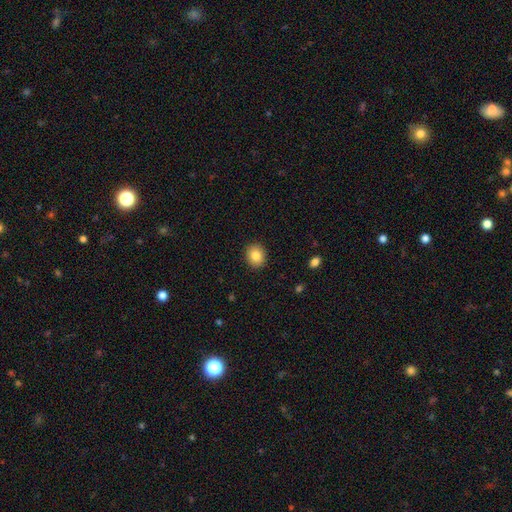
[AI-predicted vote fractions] smooth 84%, star or artifact 9%, featured or disk 7%. Down the decision tree: how rounded — round (72%); merging — none (91%).